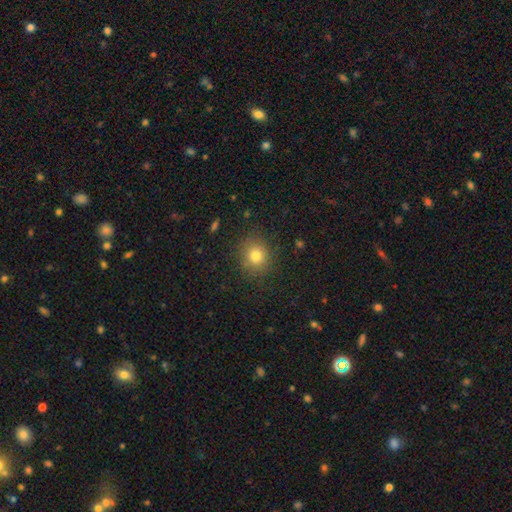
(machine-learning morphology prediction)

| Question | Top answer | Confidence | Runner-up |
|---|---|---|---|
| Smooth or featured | smooth | 79% | star or artifact (13%) |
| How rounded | round | 84% | in between (15%) |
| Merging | none | 86% | minor disturbance (9%) |